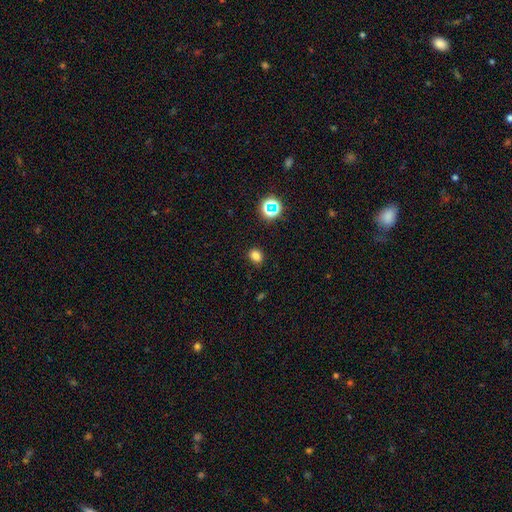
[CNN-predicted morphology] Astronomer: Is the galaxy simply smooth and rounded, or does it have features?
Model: smooth — 78%.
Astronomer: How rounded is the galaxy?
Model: round — 52% (runner-up: in between, 47%).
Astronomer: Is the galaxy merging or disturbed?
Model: none — 85%.